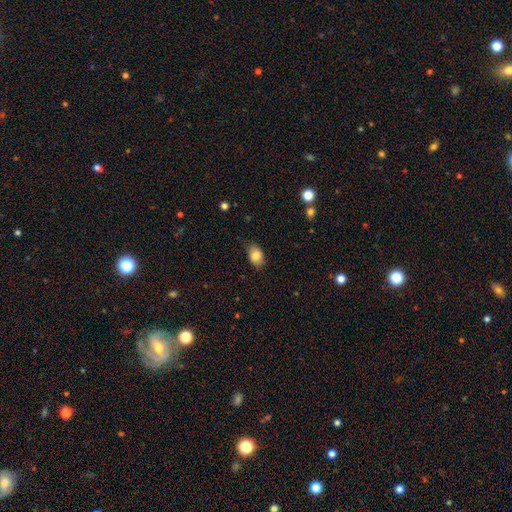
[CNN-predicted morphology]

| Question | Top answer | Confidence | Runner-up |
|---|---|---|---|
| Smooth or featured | smooth | 82% | featured or disk (10%) |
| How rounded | in between | 85% | round (14%) |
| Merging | none | 80% | minor disturbance (16%) |